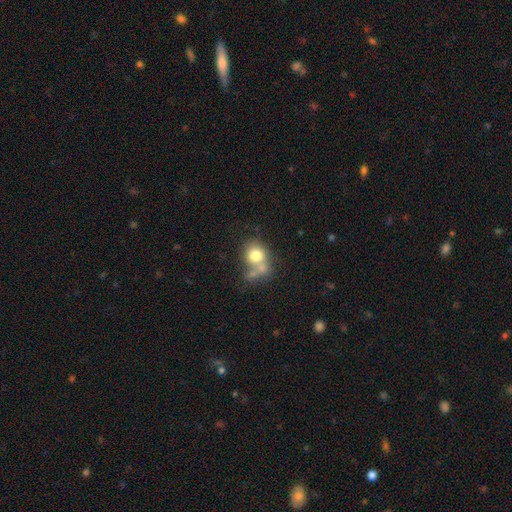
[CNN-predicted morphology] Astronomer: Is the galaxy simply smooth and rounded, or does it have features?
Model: smooth — 74%.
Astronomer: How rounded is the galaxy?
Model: round — 70%.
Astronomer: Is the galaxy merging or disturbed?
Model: merger — 42% (runner-up: none, 35%).